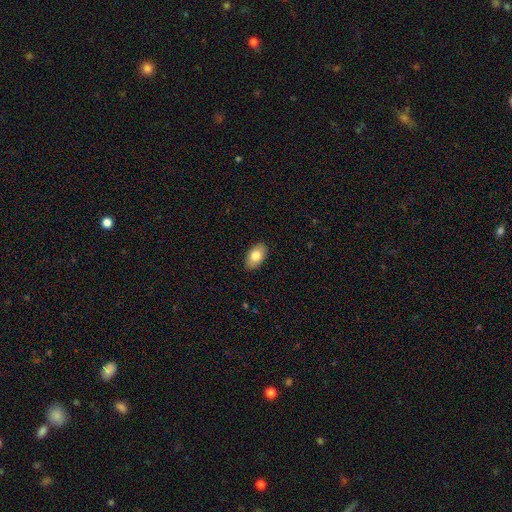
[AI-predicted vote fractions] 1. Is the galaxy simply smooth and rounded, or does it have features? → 80% smooth, 13% featured or disk, 7% star or artifact.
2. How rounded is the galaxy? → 93% in between, 5% round, 2% cigar-shaped.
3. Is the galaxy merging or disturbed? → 89% none, 8% minor disturbance, 2% major disturbance, 1% merger.